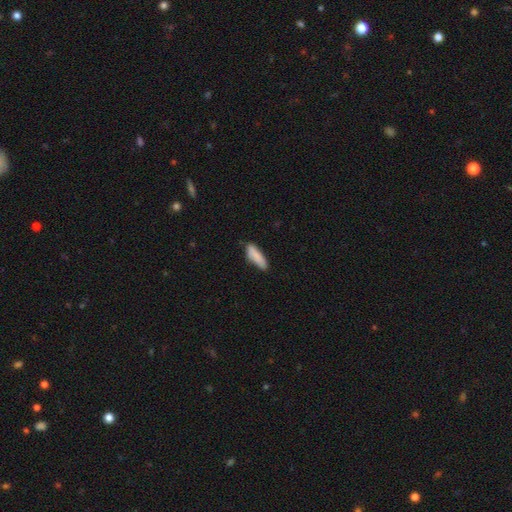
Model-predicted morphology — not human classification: The model was most divided on "how rounded": cigar-shaped: 53%, in between: 45%, round: 2%. More confident: smooth or featured — smooth (86%); merging — none (74%).